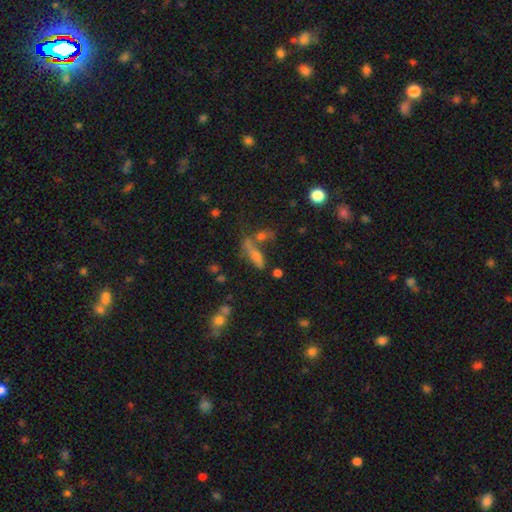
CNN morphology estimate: smooth-or-featured: smooth: 50% | featured or disk: 30% | star or artifact: 20%
  merging: none: 45% | merger: 30% | minor disturbance: 15% | major disturbance: 11%